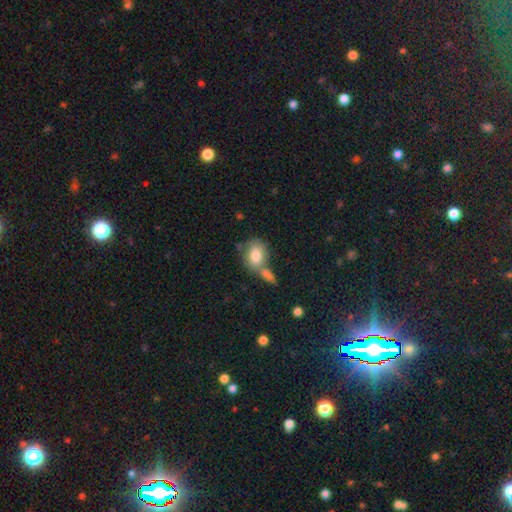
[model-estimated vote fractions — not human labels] A smooth galaxy with no disk features (80%) that is in between round and cigar-shaped (67%). Merging: none (44%).